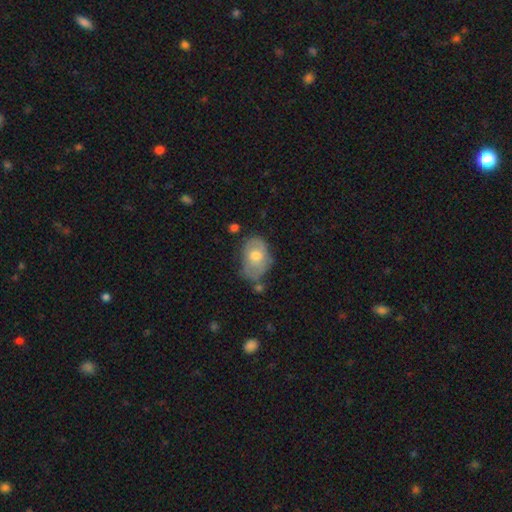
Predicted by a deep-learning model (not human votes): The model was most divided on "merging": none: 46%, minor disturbance: 34%, major disturbance: 13%, merger: 8%. More confident: how rounded — in between (79%); smooth or featured — smooth (61%).